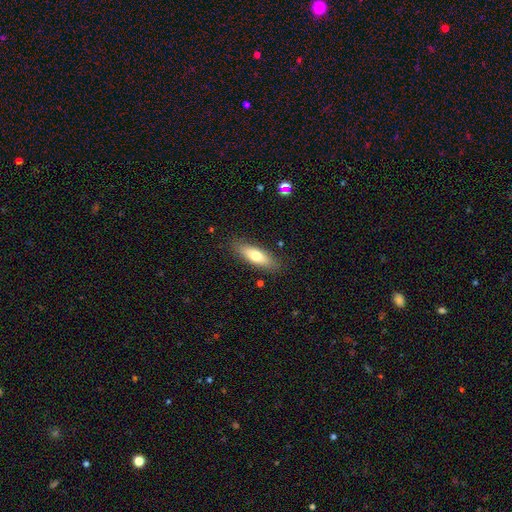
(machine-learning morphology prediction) The model was most divided on "how rounded": in between: 56%, cigar-shaped: 42%, round: 2%. More confident: merging — none (85%); smooth or featured — smooth (68%).